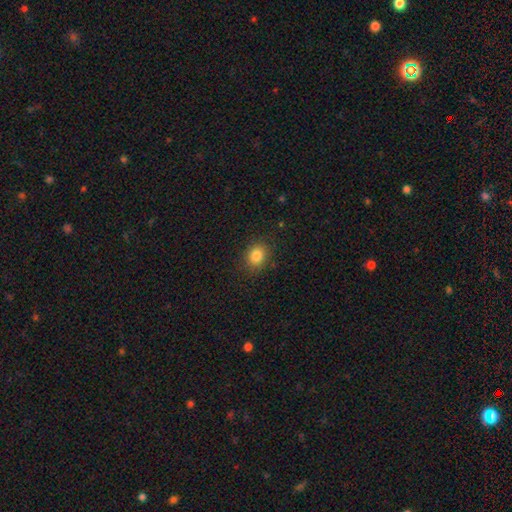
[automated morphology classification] This appears to be a smooth galaxy with no disk features (84%) that is round (58%). Merging: none (86%).